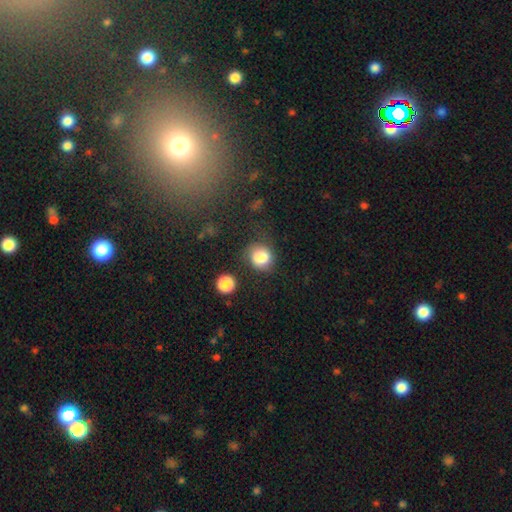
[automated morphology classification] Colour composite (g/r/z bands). It shows a smooth galaxy with no disk features (79%) that is round (68%). Merging: none (59%).